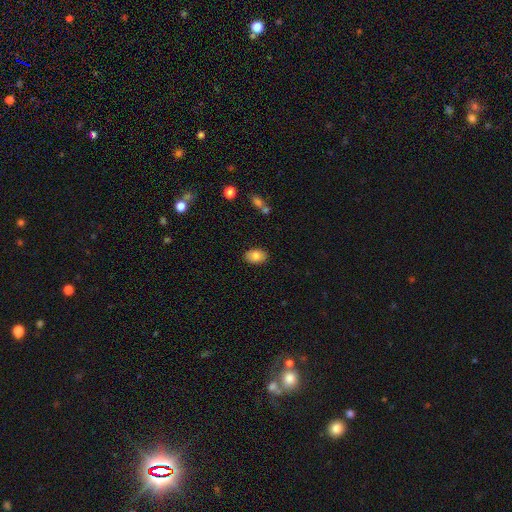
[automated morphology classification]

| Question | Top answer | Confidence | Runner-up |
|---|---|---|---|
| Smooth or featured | smooth | 83% | featured or disk (10%) |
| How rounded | in between | 86% | round (13%) |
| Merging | none | 87% | minor disturbance (9%) |